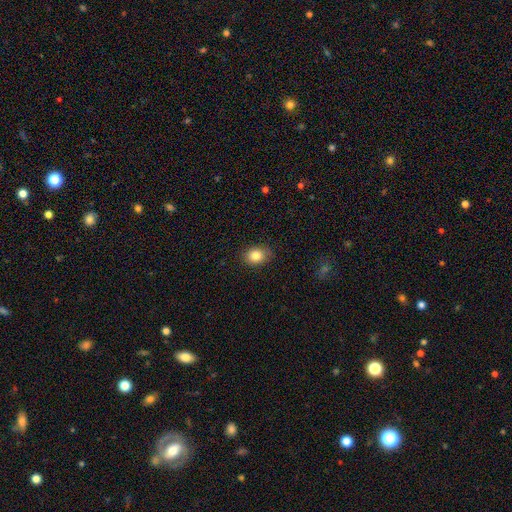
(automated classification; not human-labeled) Q: Smooth or featured?
A: smooth (84%); runner-up: star or artifact (9%)
Q: How rounded?
A: in between (57%); runner-up: round (42%)
Q: Merging?
A: none (85%); runner-up: minor disturbance (12%)